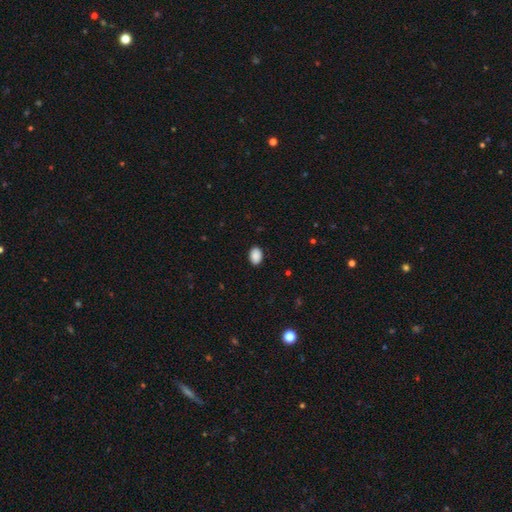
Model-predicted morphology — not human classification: This is clearly a smooth galaxy (90%). How rounded: clearly in between (81%). Merging: clearly none (89%).